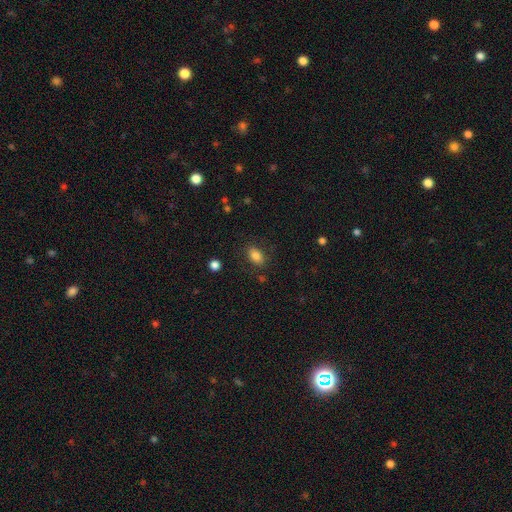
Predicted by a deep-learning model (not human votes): smooth_or_featured: smooth (p=0.83) [alt: star or artifact p=0.09]
how_rounded: in between (p=0.85) [alt: round p=0.13]
merging: none (p=0.82) [alt: minor disturbance p=0.12]